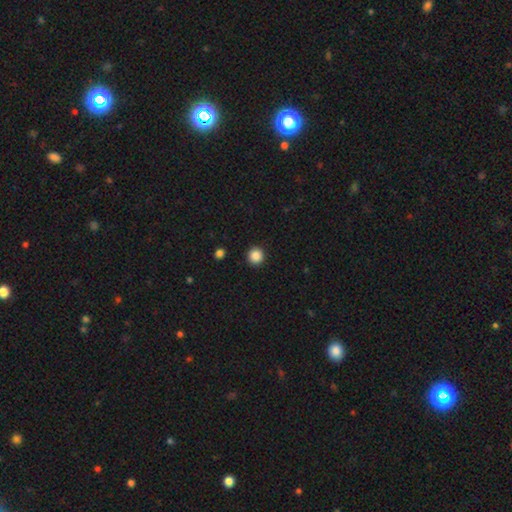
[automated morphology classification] The model was most divided on "smooth or featured": smooth: 87%, star or artifact: 10%, featured or disk: 3%. More confident: how rounded — round (95%); merging — none (93%).